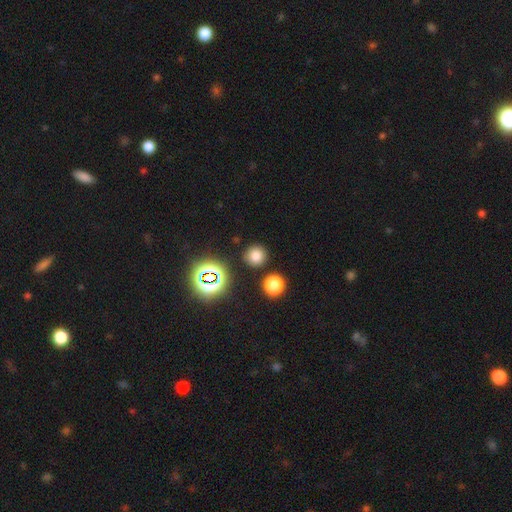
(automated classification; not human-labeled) smooth_or_featured: smooth (p=0.73) [alt: star or artifact p=0.20]
how_rounded: round (p=0.92) [alt: in between p=0.07]
merging: none (p=0.87) [alt: minor disturbance p=0.07]